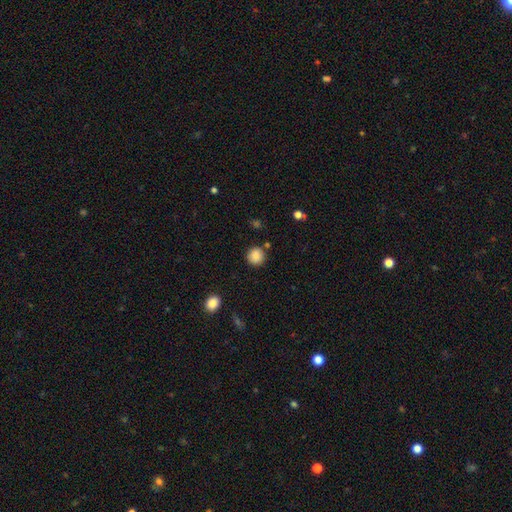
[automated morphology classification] Smooth or featured?
  - smooth: 87% *
  - star or artifact: 9%
  - featured or disk: 4%
How rounded?
  - round: 92% *
  - in between: 7%
  - cigar-shaped: 1%
Merging?
  - none: 86% *
  - minor disturbance: 8%
  - merger: 3%
  - major disturbance: 2%